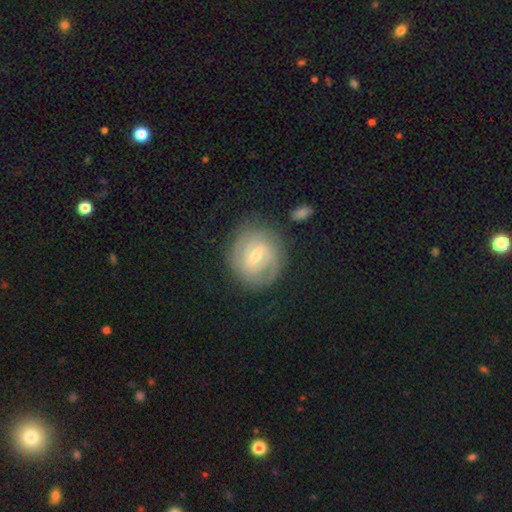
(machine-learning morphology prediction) Smooth or featured: featured or disk — 82% (smooth — 12%)
Edge-on disk: no — 97% (yes — 3%)
Bar: weak — 56% (strong — 27%)
Spiral arms: yes — 93% (no — 7%)
Spiral winding: tight — 76% (medium — 20%)
Spiral arm count: 2 — 46% (can't tell — 26%)
Bulge size: moderate — 59% (small — 37%)
Merging: none — 80% (minor disturbance — 13%)